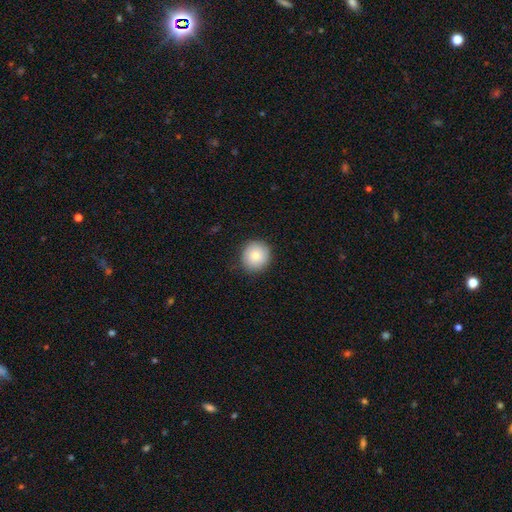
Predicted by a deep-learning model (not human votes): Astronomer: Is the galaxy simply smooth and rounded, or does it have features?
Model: smooth — 82%.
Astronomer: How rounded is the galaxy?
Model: round — 92%.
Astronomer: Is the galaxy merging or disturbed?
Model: none — 87%.